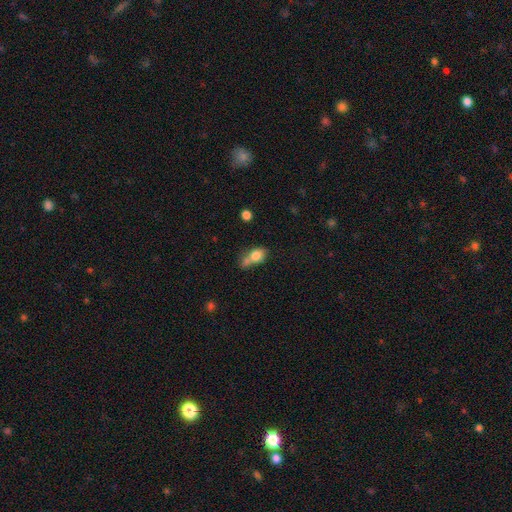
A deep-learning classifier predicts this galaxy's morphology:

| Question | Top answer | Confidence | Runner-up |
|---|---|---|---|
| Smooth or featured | smooth | 76% | featured or disk (14%) |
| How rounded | in between | 66% | round (31%) |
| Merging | merger | 43% | none (30%) |